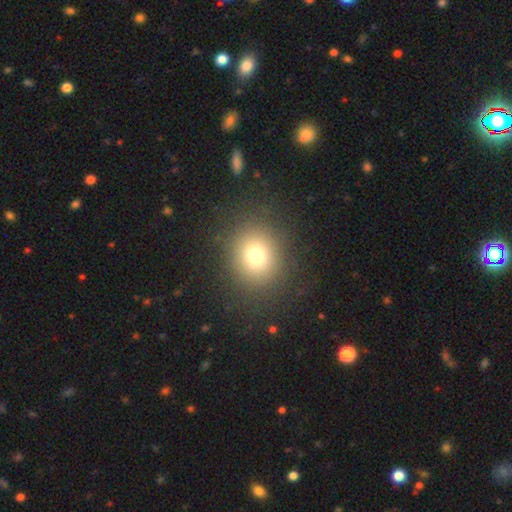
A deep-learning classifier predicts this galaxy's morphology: Q: Smooth or featured?
A: smooth (74%); runner-up: star or artifact (16%)
Q: How rounded?
A: round (79%); runner-up: in between (20%)
Q: Merging?
A: none (87%); runner-up: minor disturbance (7%)